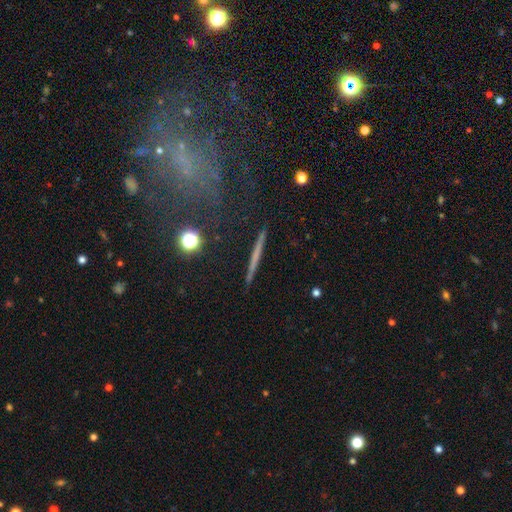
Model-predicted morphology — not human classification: type=featured or disk (49%); merging=none (90%).